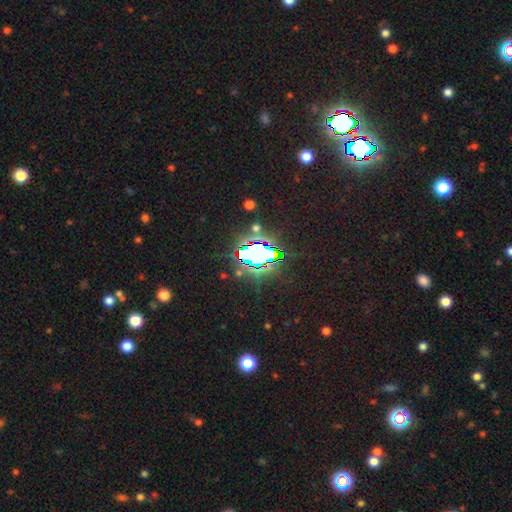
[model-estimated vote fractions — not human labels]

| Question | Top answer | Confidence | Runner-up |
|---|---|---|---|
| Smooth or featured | star or artifact | 71% | smooth (17%) |